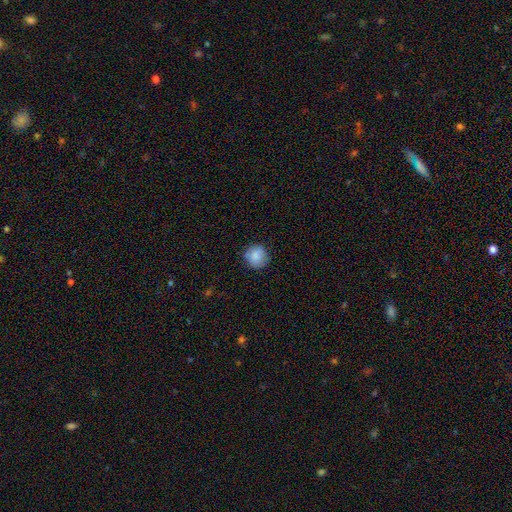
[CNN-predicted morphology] Overall: smooth (86%). How rounded: round (92%). Merging: none (85%).